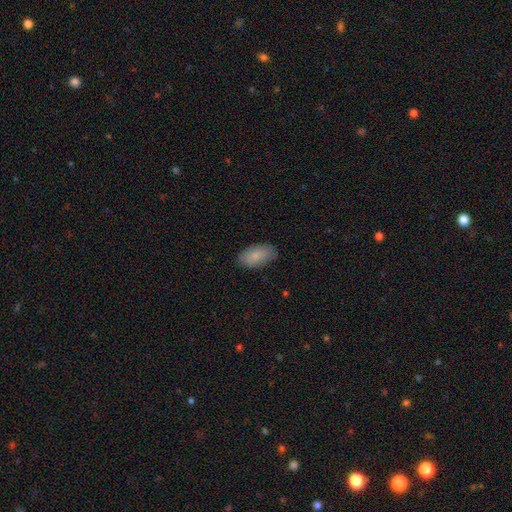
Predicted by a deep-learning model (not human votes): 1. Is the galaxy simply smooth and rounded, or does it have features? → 84% smooth, 10% featured or disk, 6% star or artifact.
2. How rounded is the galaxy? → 94% in between, 3% round, 3% cigar-shaped.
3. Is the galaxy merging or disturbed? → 83% none, 13% minor disturbance, 3% major disturbance, 1% merger.